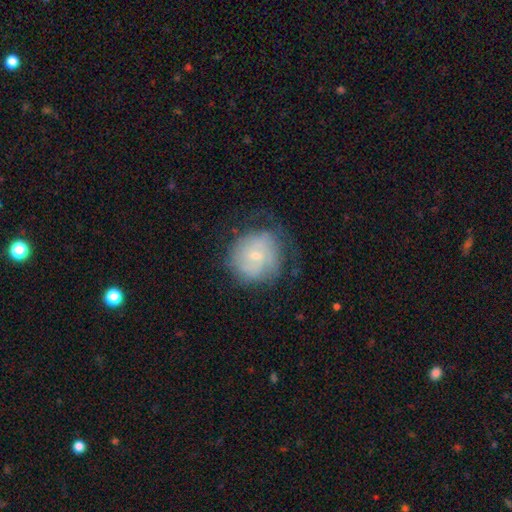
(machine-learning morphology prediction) The model was most divided on "smooth or featured": featured or disk: 51%, smooth: 40%, star or artifact: 8%. More confident: edge-on disk — no (97%); merging — none (59%).